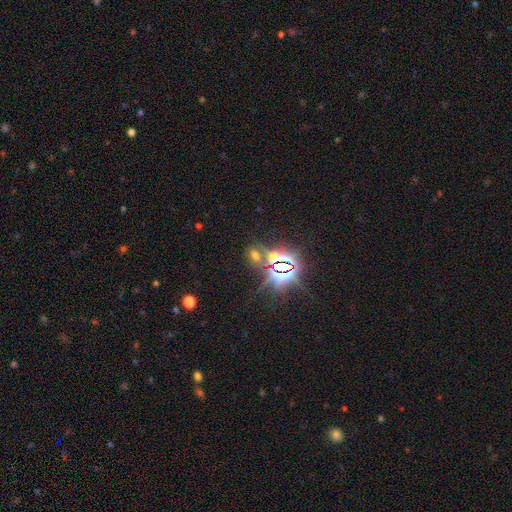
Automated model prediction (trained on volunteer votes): Smooth or featured: star or artifact — 62% (smooth — 28%)